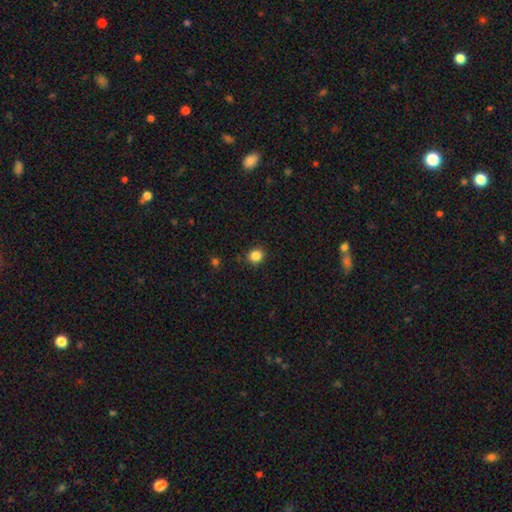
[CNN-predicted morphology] smooth-or-featured: smooth: 85% | star or artifact: 11% | featured or disk: 4%
  how-rounded: round: 79% | in between: 20% | cigar-shaped: 1%
  merging: none: 89% | minor disturbance: 7% | major disturbance: 2% | merger: 1%